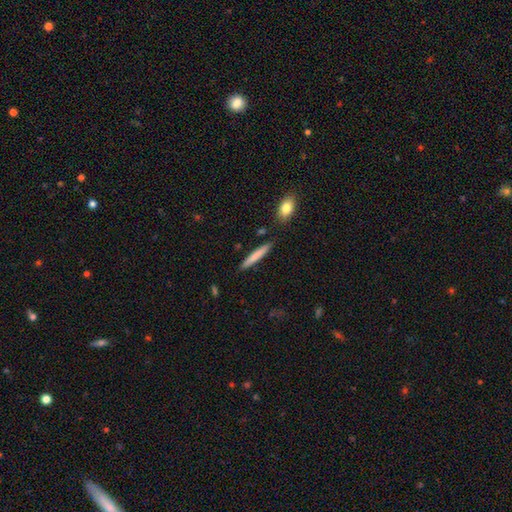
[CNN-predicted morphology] This appears to be a smooth galaxy with no disk features (75%) that is cigar-shaped (94%). Merging: none (87%).